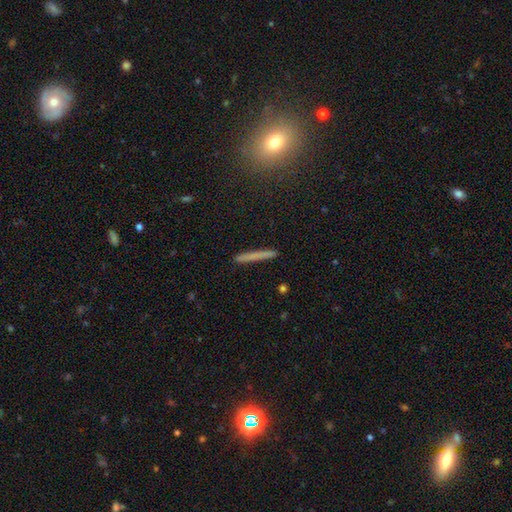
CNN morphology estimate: A smooth galaxy with no disk features (68%) that is cigar-shaped (96%). Merging: none (90%).